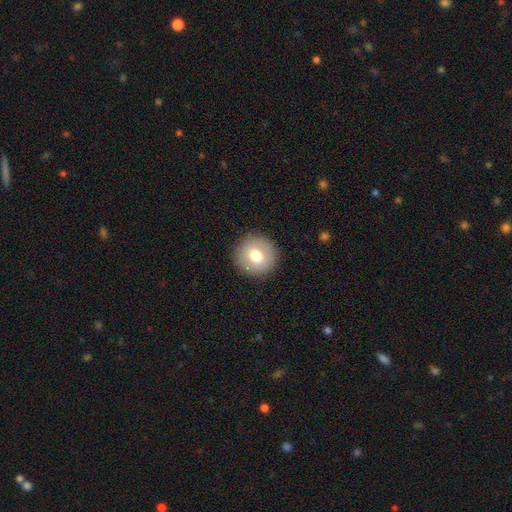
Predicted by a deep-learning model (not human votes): Smooth or featured: smooth — 72% (featured or disk — 20%)
How rounded: round — 93% (in between — 6%)
Merging: none — 90% (minor disturbance — 7%)